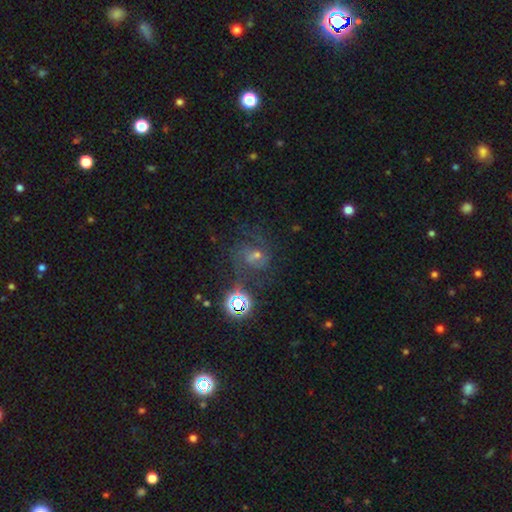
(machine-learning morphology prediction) featured or disk 50%, star or artifact 30%, smooth 19%. Down the decision tree: edge-on disk — no (97%); merging — none (53%).